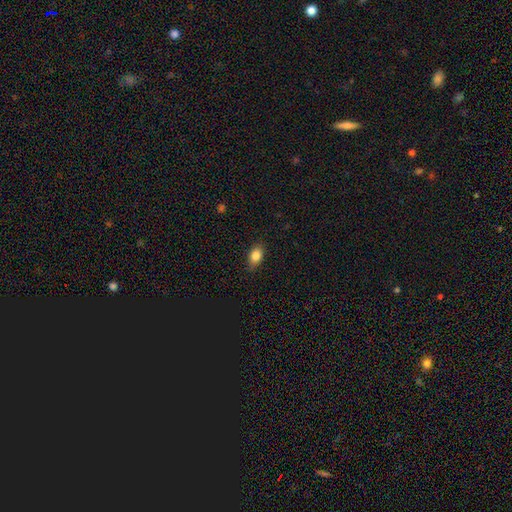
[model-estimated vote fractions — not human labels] Smooth or featured: smooth — 83% (star or artifact — 9%)
How rounded: in between — 82% (round — 14%)
Merging: none — 84% (minor disturbance — 13%)